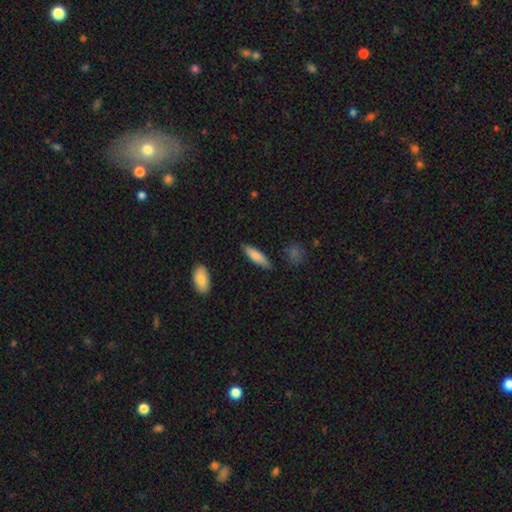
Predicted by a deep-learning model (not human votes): smooth 79%, featured or disk 15%, star or artifact 6%. Down the decision tree: how rounded — cigar-shaped (66%); merging — none (84%).